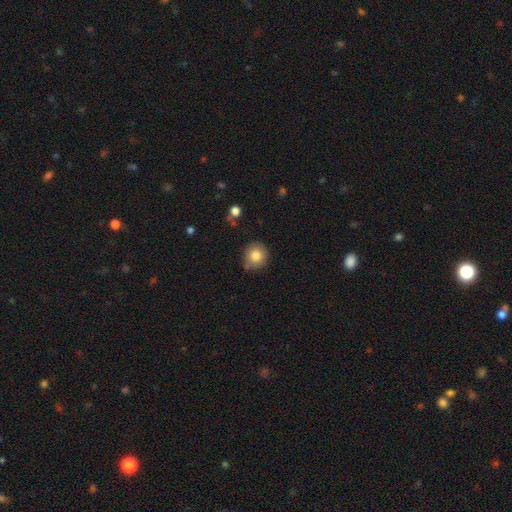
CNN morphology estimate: A smooth galaxy with no disk features (82%) that is round (91%). Merging: none (81%).